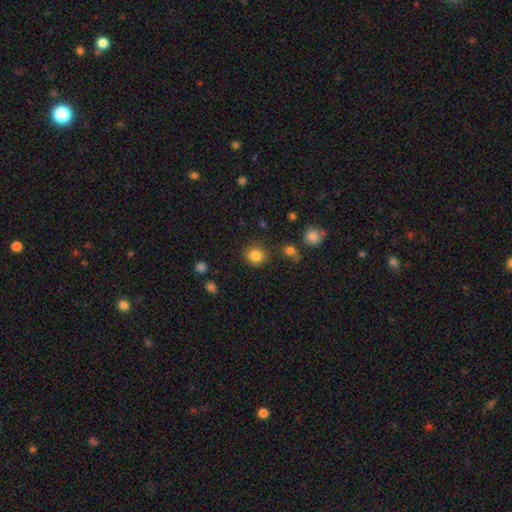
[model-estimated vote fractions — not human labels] This appears to be a smooth galaxy with no disk features (84%) that is round (85%). Merging: none (83%).